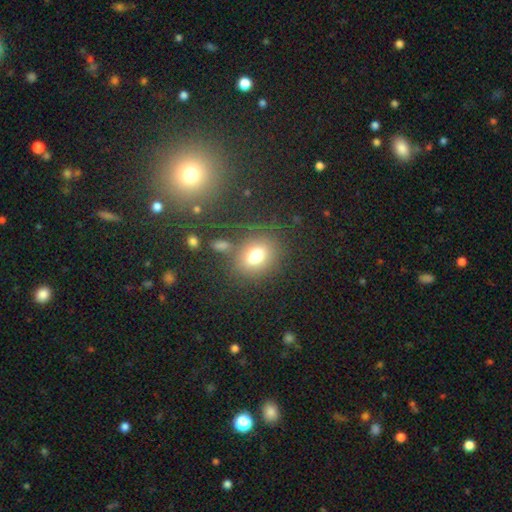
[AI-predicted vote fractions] Overall: smooth (76%). How rounded: in between (58%; round 40%). Merging: none (75%).